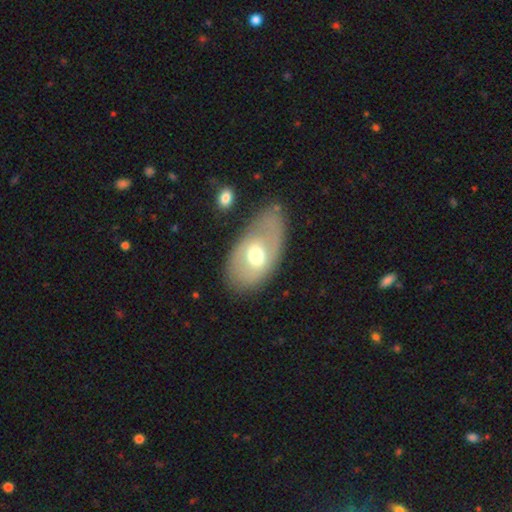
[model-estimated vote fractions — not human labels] The model was most divided on "smooth or featured": featured or disk: 47%, smooth: 46%, star or artifact: 7%. More confident: merging — none (68%).